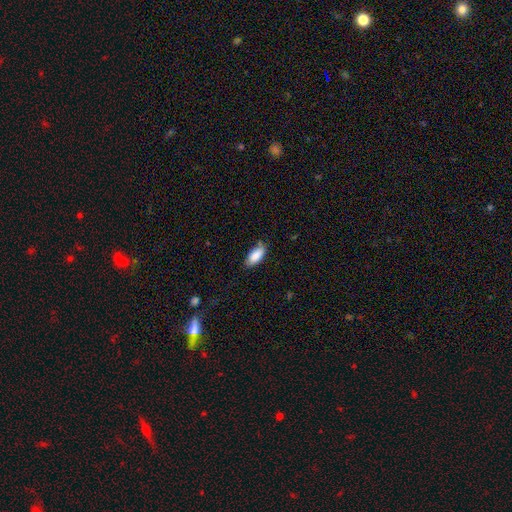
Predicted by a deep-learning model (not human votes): Smooth or featured? Predicted: smooth (p=0.88). How rounded? Predicted: in between (p=0.87). Merging? Predicted: none (p=0.72).